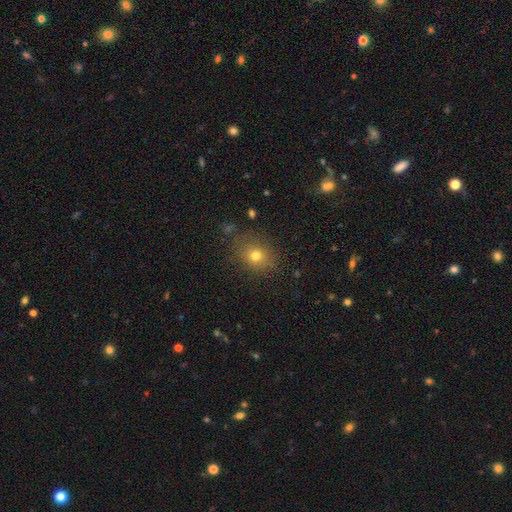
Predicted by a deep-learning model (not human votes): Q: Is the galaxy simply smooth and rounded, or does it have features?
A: smooth — 74%.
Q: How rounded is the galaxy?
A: round — 59%.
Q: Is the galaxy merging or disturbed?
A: none — 79%.